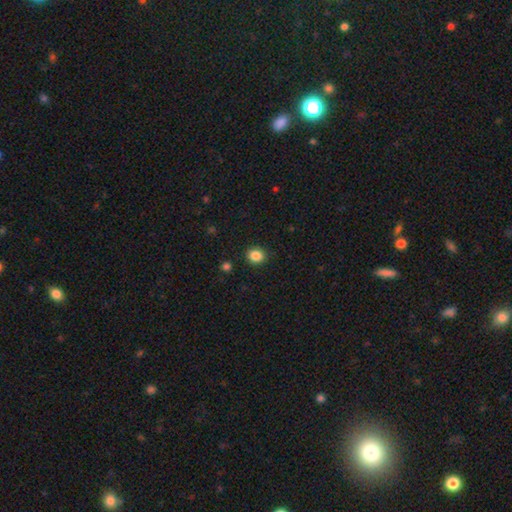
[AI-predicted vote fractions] Morphology: type=smooth (86%); roundness=round (75%); merging=none (90%).